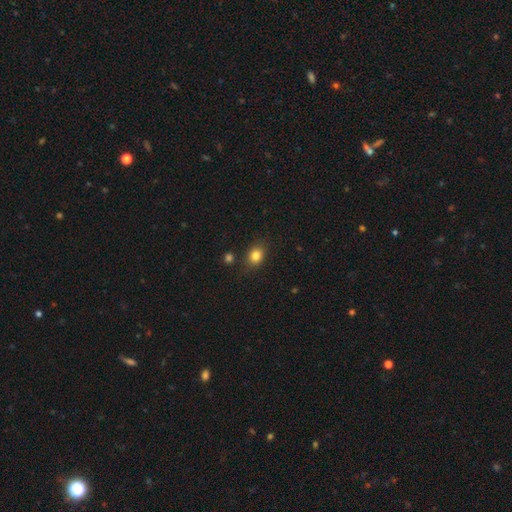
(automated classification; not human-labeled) A smooth galaxy with no disk features (82%) that is round (58%). Merging: none (81%).